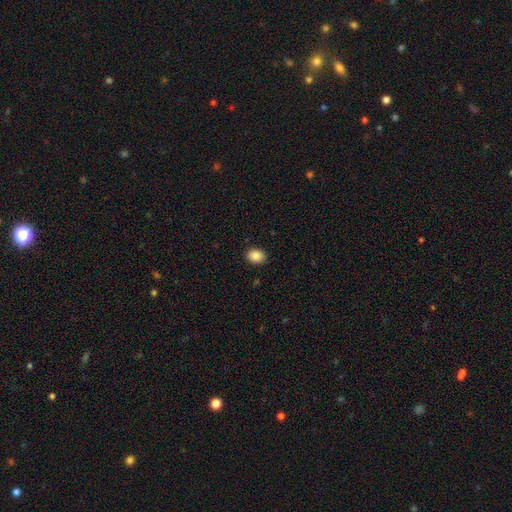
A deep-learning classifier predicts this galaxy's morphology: smooth-or-featured: smooth: 88% | star or artifact: 9% | featured or disk: 4%
  how-rounded: in between: 53% | round: 47% | cigar-shaped: 1%
  merging: none: 90% | minor disturbance: 7% | major disturbance: 2% | merger: 1%